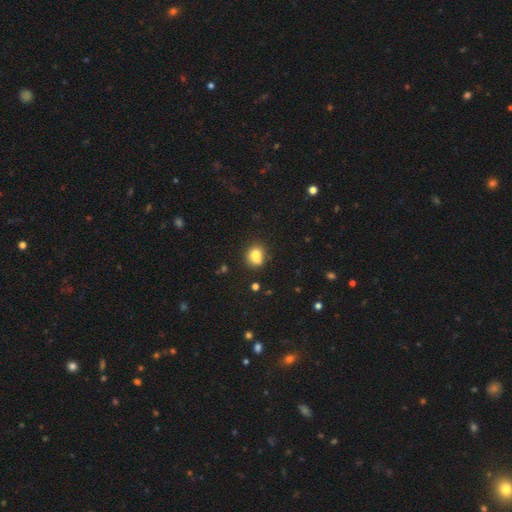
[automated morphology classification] This is likely a smooth galaxy (77%). How rounded: possibly round (50%). Merging: possibly none (51%).